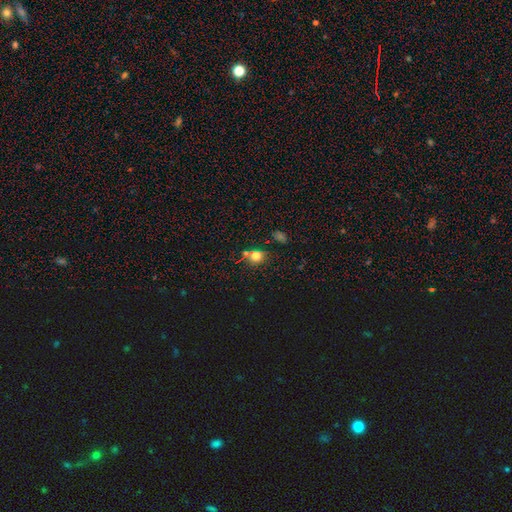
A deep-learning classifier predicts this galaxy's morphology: Smooth or featured?
  - smooth: 70% *
  - star or artifact: 21%
  - featured or disk: 9%
How rounded?
  - round: 75% *
  - in between: 24%
  - cigar-shaped: 1%
Merging?
  - none: 64% *
  - merger: 17%
  - minor disturbance: 14%
  - major disturbance: 6%